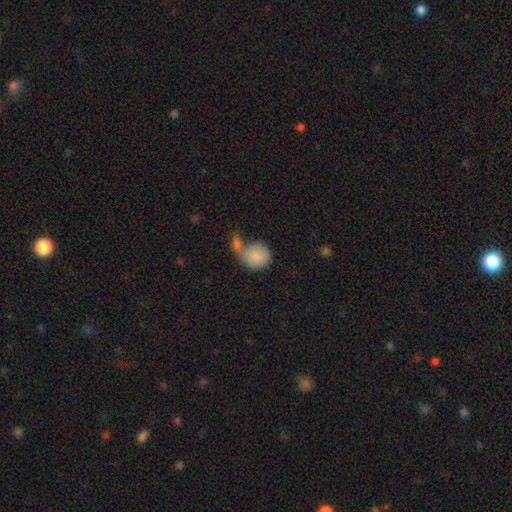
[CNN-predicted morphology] smooth 84%, featured or disk 9%, star or artifact 7%. Down the decision tree: how rounded — round (80%); merging — merger (49%).